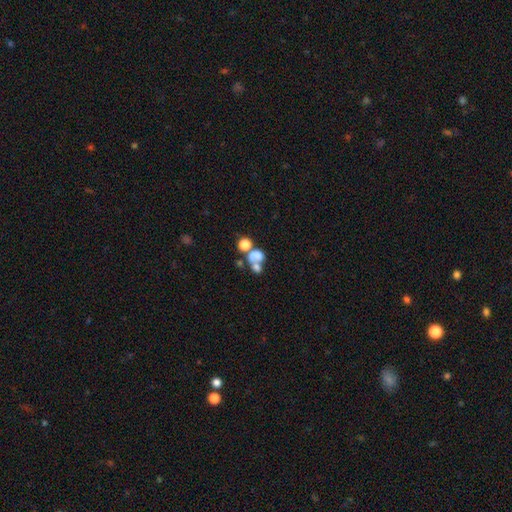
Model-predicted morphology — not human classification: smooth-or-featured: smooth: 59% | featured or disk: 26% | star or artifact: 15%
  how-rounded: in between: 51% | round: 48% | cigar-shaped: 2%
  merging: merger: 57% | none: 20% | major disturbance: 15% | minor disturbance: 8%